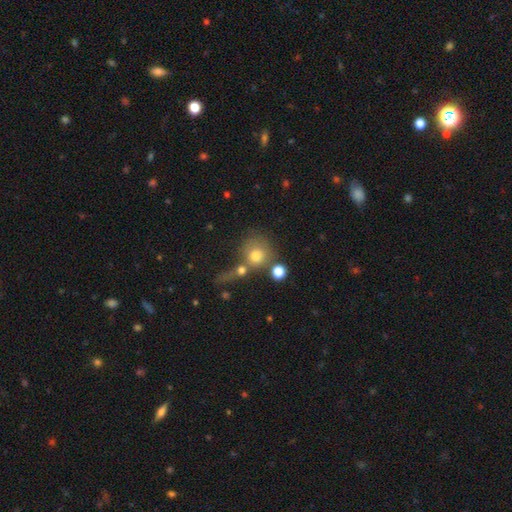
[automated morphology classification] Smooth or featured: smooth — 72% (featured or disk — 15%)
How rounded: round — 85% (in between — 13%)
Merging: none — 43% (merger — 33%)